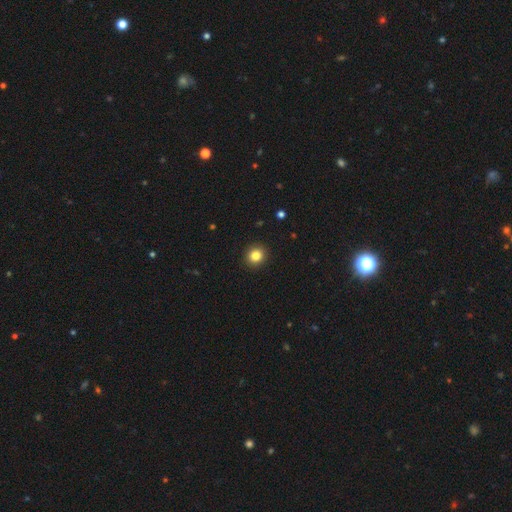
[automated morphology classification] Smooth or featured?
  - smooth: 84% *
  - star or artifact: 11%
  - featured or disk: 5%
How rounded?
  - round: 85% *
  - in between: 14%
  - cigar-shaped: 1%
Merging?
  - none: 92% *
  - minor disturbance: 5%
  - major disturbance: 2%
  - merger: 1%